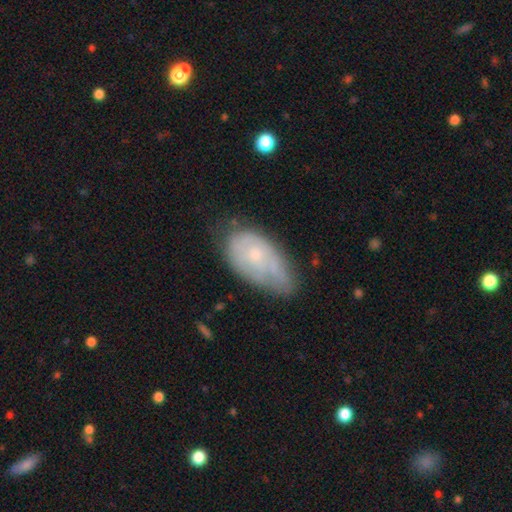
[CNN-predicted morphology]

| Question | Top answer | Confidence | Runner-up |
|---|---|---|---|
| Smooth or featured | smooth | 48% | featured or disk (44%) |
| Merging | minor disturbance | 40% | none (39%) |